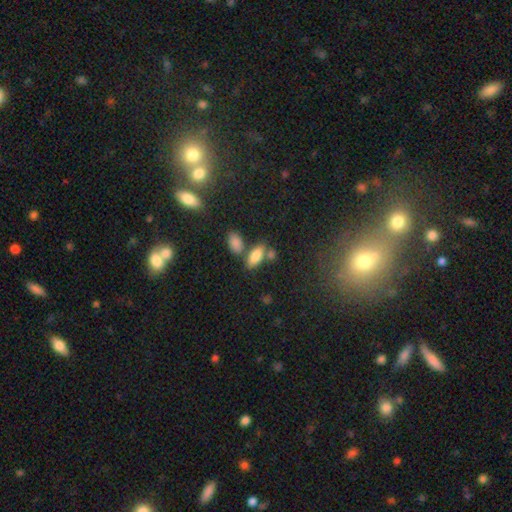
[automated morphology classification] Q: Smooth or featured?
A: smooth (83%); runner-up: star or artifact (9%)
Q: How rounded?
A: in between (84%); runner-up: cigar-shaped (12%)
Q: Merging?
A: none (59%); runner-up: merger (23%)